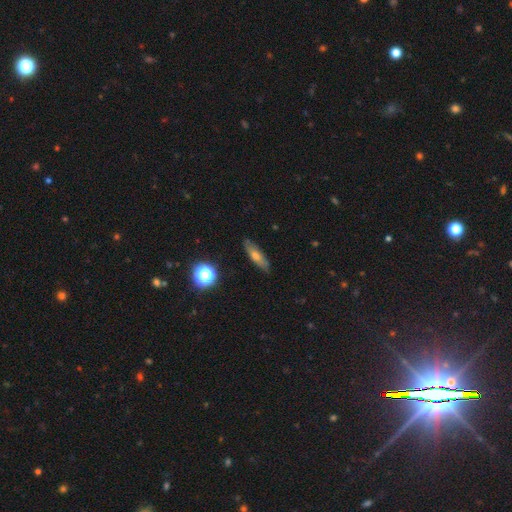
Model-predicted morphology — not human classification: Smooth or featured? Predicted: smooth (p=0.55). How rounded? Predicted: cigar-shaped (p=0.59). Merging? Predicted: none (p=0.85).